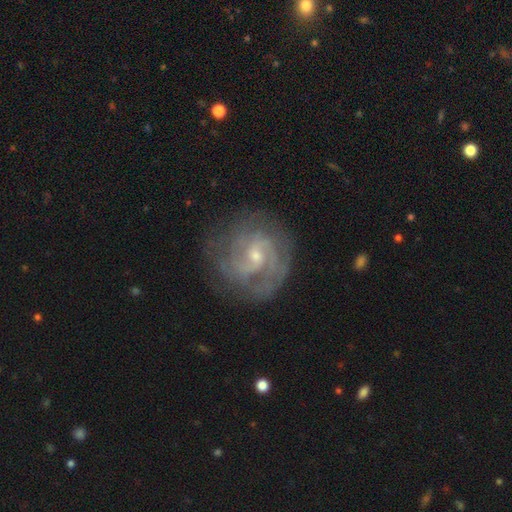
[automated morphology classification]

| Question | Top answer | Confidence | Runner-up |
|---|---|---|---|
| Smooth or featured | featured or disk | 87% | smooth (7%) |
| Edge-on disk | no | 98% | yes (2%) |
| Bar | weak | 51% | no (40%) |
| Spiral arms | yes | 96% | no (4%) |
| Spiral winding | tight | 51% | medium (40%) |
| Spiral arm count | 2 | 46% | can't tell (20%) |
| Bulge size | small | 62% | moderate (34%) |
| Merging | none | 73% | minor disturbance (17%) |